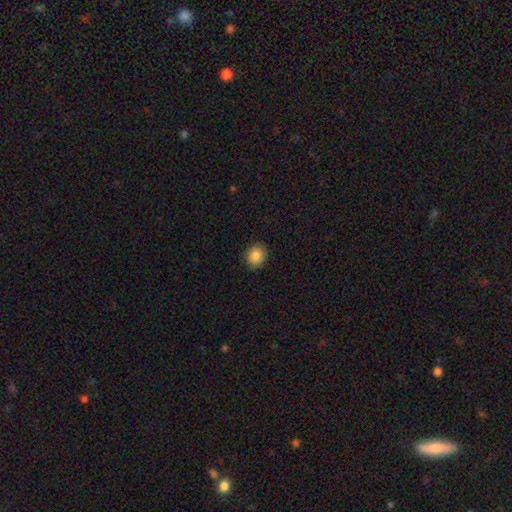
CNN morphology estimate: smooth-or-featured: smooth: 86% | star or artifact: 9% | featured or disk: 5%
  how-rounded: round: 79% | in between: 20% | cigar-shaped: 1%
  merging: none: 91% | minor disturbance: 6% | major disturbance: 2% | merger: 1%